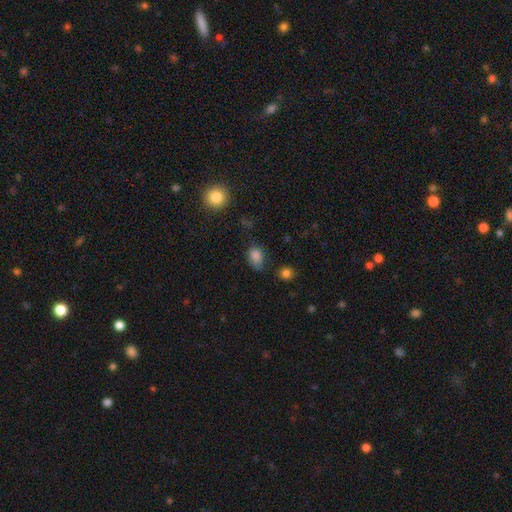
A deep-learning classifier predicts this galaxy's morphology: This appears to be a smooth galaxy with no disk features (81%) that is in between round and cigar-shaped (72%). Merging: none (50%).